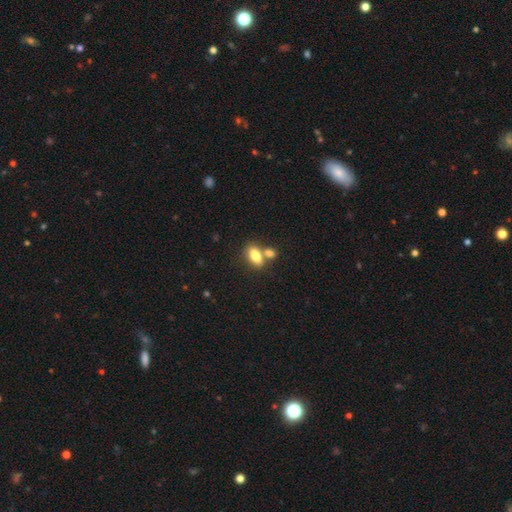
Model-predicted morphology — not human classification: This appears to be a smooth galaxy with no disk features (80%) that is in between round and cigar-shaped (85%). Merging: none (46%).